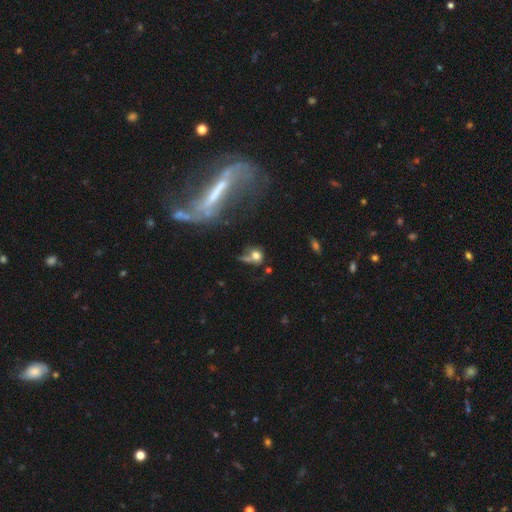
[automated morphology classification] A smooth galaxy with no disk features (61%) that is round (63%). Merging: none (33%).